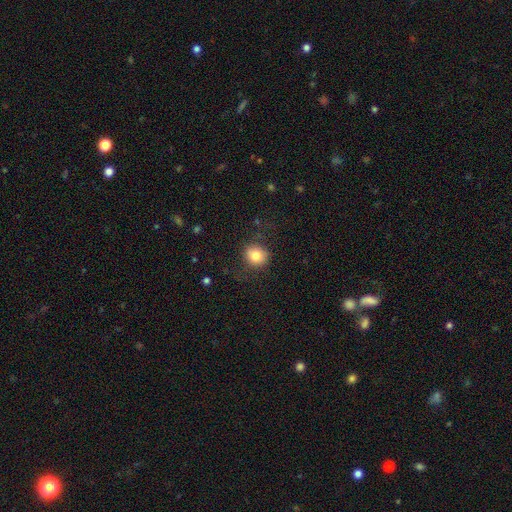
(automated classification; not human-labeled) Smooth or featured? Predicted: smooth (p=0.81). How rounded? Predicted: round (p=0.83). Merging? Predicted: none (p=0.80).